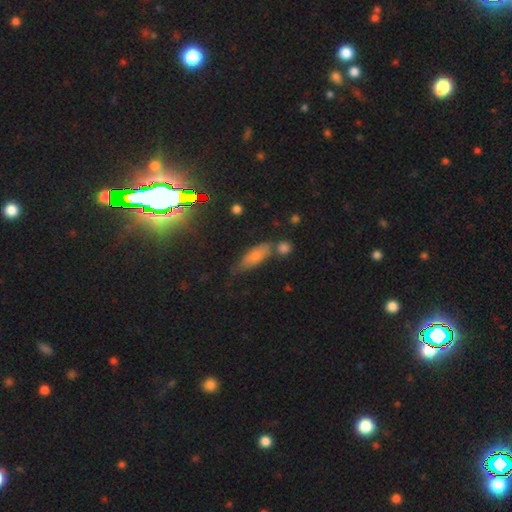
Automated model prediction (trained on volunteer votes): smooth_or_featured: smooth (p=0.68) [alt: featured or disk p=0.18]
how_rounded: in between (p=0.64) [alt: cigar-shaped p=0.32]
merging: none (p=0.56) [alt: minor disturbance p=0.23]